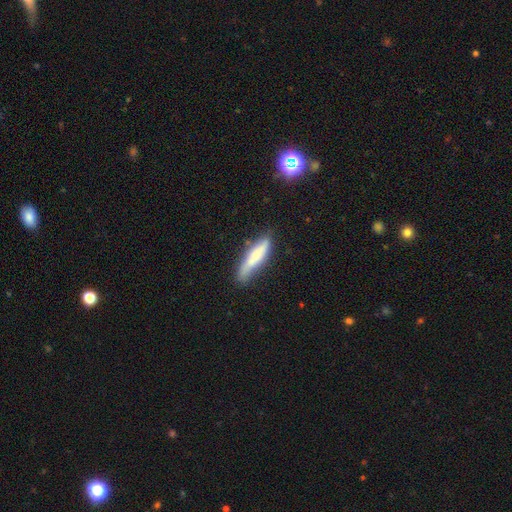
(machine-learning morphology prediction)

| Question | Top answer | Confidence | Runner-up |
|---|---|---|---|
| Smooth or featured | smooth | 68% | featured or disk (25%) |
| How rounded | cigar-shaped | 79% | in between (20%) |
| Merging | none | 66% | minor disturbance (25%) |